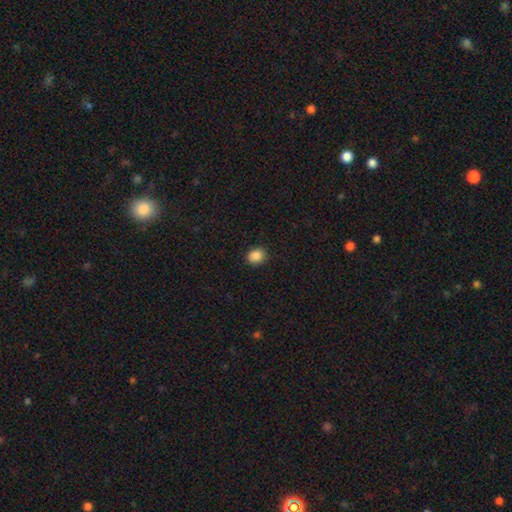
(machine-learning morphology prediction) type=smooth (87%); roundness=round (67%); merging=none (88%).